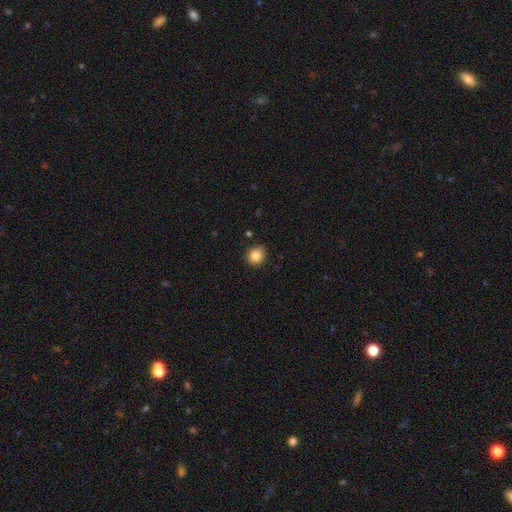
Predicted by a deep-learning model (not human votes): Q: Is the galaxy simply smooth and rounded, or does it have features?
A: smooth — 84%.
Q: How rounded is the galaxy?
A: round — 84%.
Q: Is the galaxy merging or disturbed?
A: none — 86%.